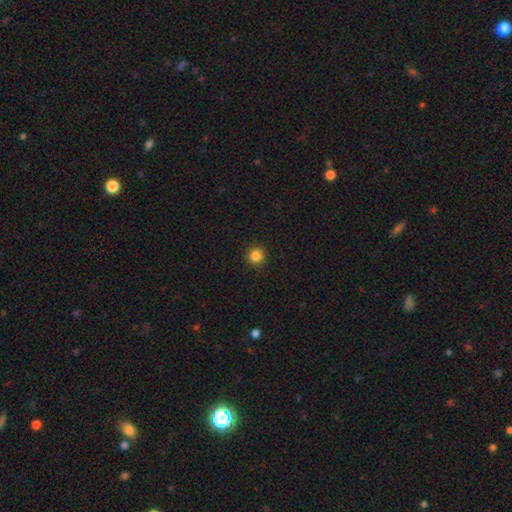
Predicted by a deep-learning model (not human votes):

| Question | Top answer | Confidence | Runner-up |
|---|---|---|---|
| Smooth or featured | smooth | 85% | star or artifact (11%) |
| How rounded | round | 95% | in between (4%) |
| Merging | none | 92% | minor disturbance (5%) |